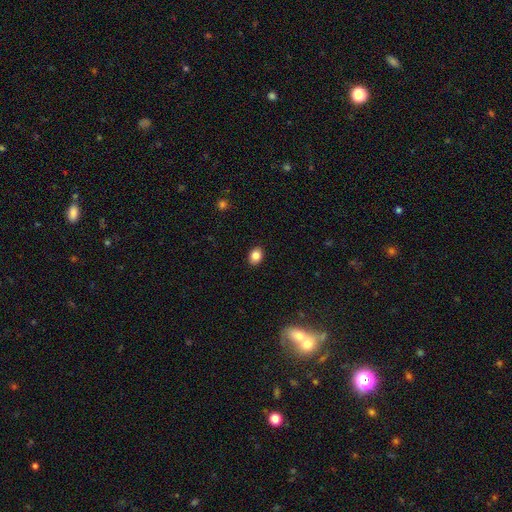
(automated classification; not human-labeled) Smooth or featured: smooth — 84% (star or artifact — 9%)
How rounded: in between — 67% (round — 32%)
Merging: none — 90% (minor disturbance — 8%)